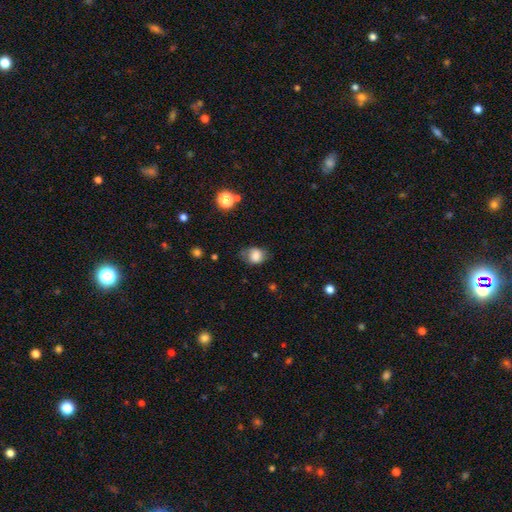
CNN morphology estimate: Overall: smooth (78%). How rounded: in between (56%; round 43%). Merging: none (64%; minor disturbance 26%).